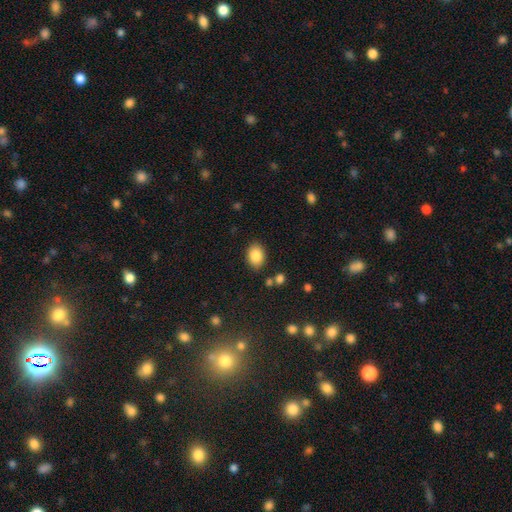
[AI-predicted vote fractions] Overall: smooth (86%). How rounded: in between (73%). Merging: none (84%).